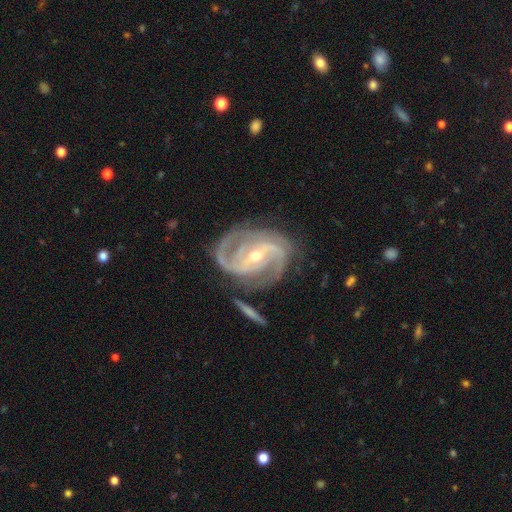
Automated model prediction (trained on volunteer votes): Smooth or featured? featured or disk (92%)
Edge-on disk? no (97%)
Bar? strong (42%)
Spiral arms? yes (98%)
Spiral winding? medium (48%)
Spiral arm count? 2 (58%)
Bulge size? small (53%)
Merging? none (69%)